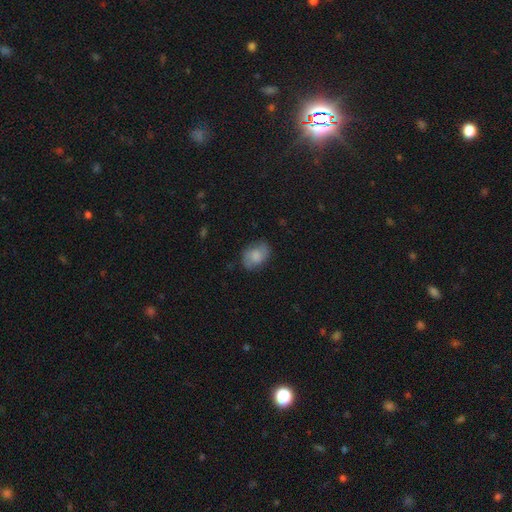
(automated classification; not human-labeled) This appears to be a smooth galaxy with no disk features (64%) that is in between round and cigar-shaped (76%). Merging: none (73%).